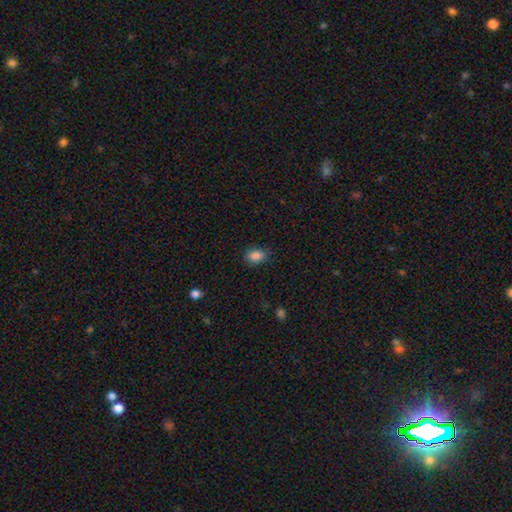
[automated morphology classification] Q: Smooth or featured?
A: smooth (87%); runner-up: star or artifact (9%)
Q: How rounded?
A: in between (79%); runner-up: round (19%)
Q: Merging?
A: none (76%); runner-up: minor disturbance (19%)